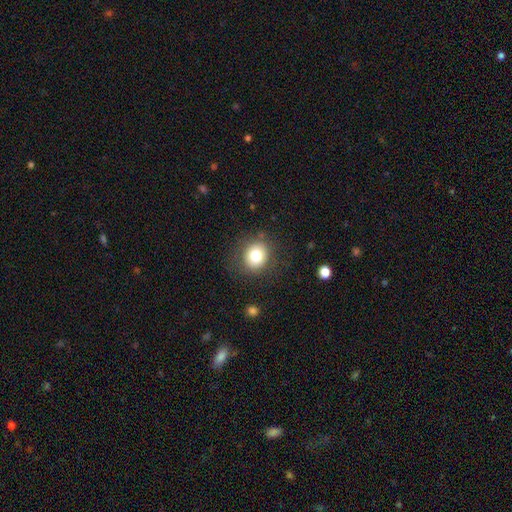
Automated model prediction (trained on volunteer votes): This appears to be a smooth galaxy with no disk features (78%) that is round (78%). Merging: none (83%).